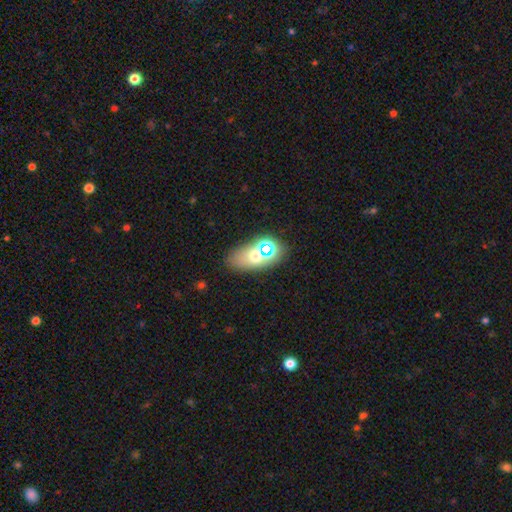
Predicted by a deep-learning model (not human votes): Smooth or featured? smooth (58%)
How rounded? in between (78%)
Merging? none (66%)